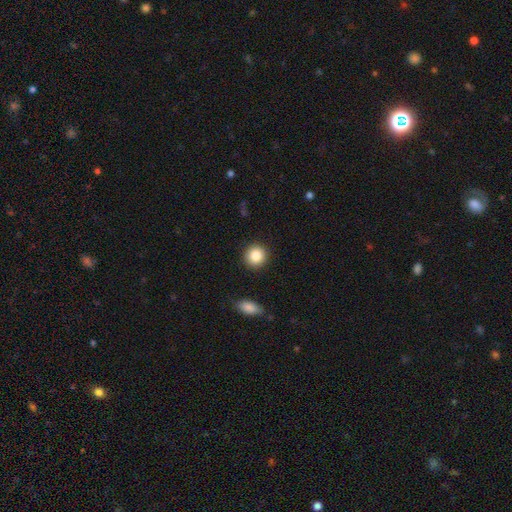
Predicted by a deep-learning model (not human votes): Morphology: type=smooth (86%); roundness=round (91%); merging=none (90%).